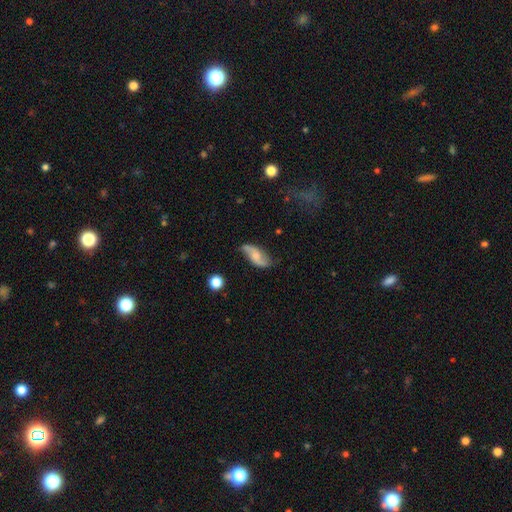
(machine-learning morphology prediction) Overall: featured or disk (65%; smooth 29%). Edge-on disk: no (92%). Bar: no (61%; weak 30%). Spiral arms: yes (90%). Spiral arm count: 2 (90%). Spiral winding: loose (77%). Bulge size: small (45%, tied with moderate). Merging: none (70%).